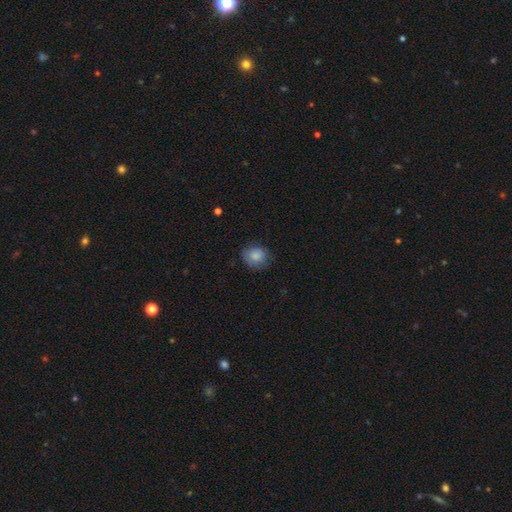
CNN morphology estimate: type=smooth (85%); roundness=round (77%); merging=none (75%).